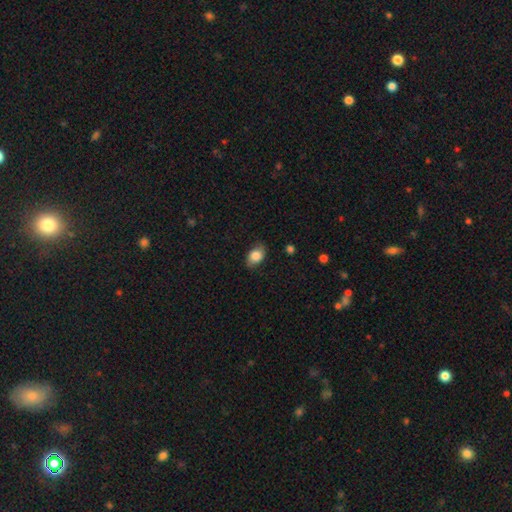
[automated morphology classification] A smooth galaxy with no disk features (82%) that is in between round and cigar-shaped (78%). Merging: none (77%).